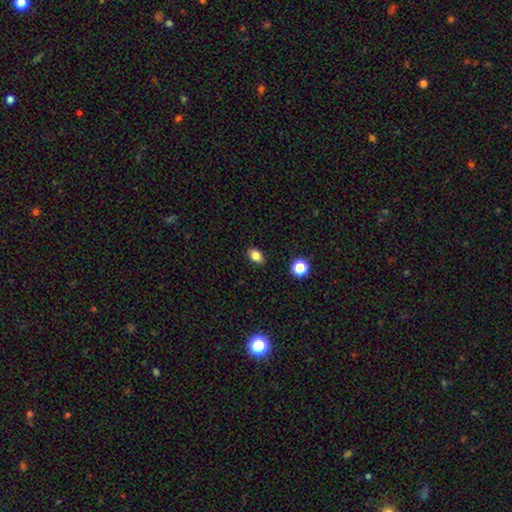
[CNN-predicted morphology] Smooth or featured? Predicted: smooth (p=0.81). How rounded? Predicted: in between (p=0.80). Merging? Predicted: none (p=0.88).